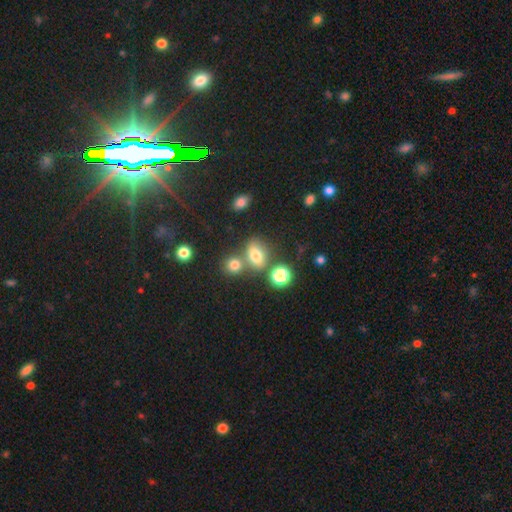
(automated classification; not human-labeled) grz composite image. It shows a smooth galaxy with no disk features (71%) that is in between round and cigar-shaped (63%). Merging: none (54%).